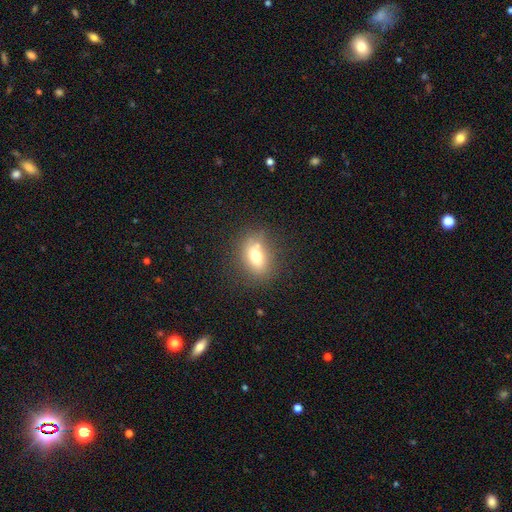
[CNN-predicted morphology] Smooth or featured? Predicted: smooth (p=0.70). How rounded? Predicted: in between (p=0.69). Merging? Predicted: none (p=0.70).